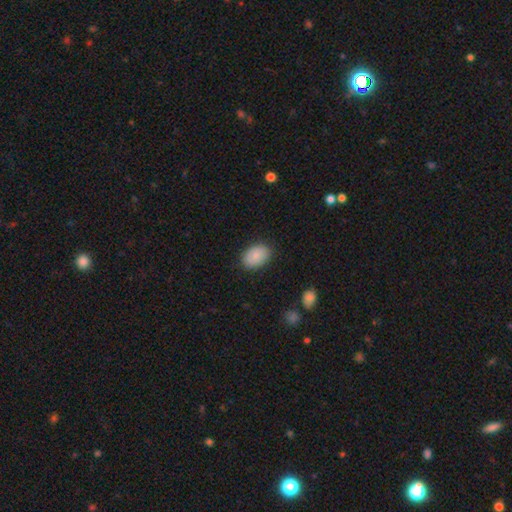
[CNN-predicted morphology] smooth-or-featured: smooth: 82% | featured or disk: 11% | star or artifact: 7%
  how-rounded: in between: 82% | round: 17% | cigar-shaped: 1%
  merging: none: 86% | minor disturbance: 11% | major disturbance: 3% | merger: 1%